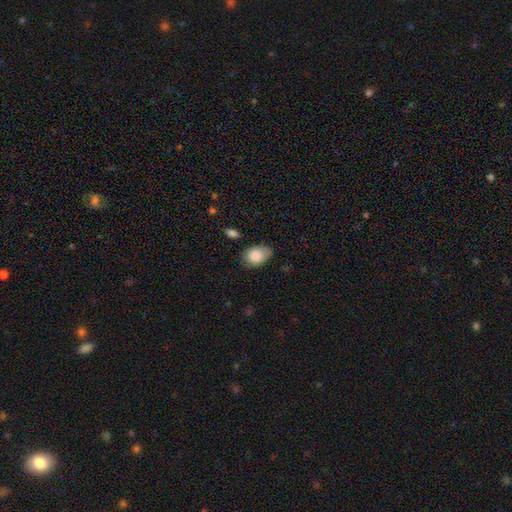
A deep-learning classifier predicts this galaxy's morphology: Q: Smooth or featured?
A: smooth (83%); runner-up: featured or disk (10%)
Q: How rounded?
A: in between (76%); runner-up: round (23%)
Q: Merging?
A: none (63%); runner-up: minor disturbance (29%)